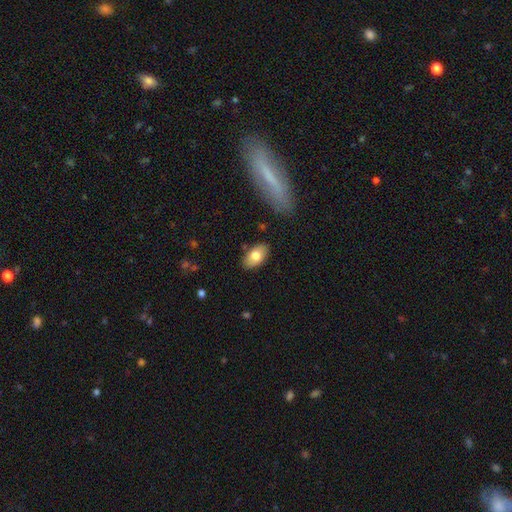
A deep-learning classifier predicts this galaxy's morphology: A smooth galaxy with no disk features (77%) that is in between round and cigar-shaped (92%).

Vote fractions:
- Smooth or featured? smooth: 77% / featured or disk: 16% / star or artifact: 7%
- How rounded? in between: 92% / round: 6% / cigar-shaped: 2%
- Merging? none: 85% / minor disturbance: 11% / major disturbance: 2% / merger: 2%